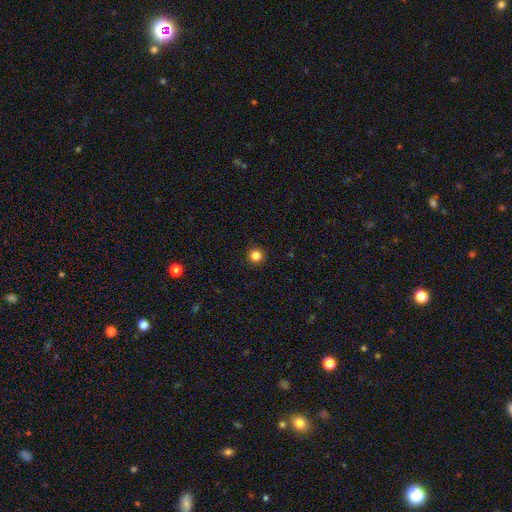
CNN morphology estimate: Overall: smooth (84%). How rounded: round (95%). Merging: none (93%).